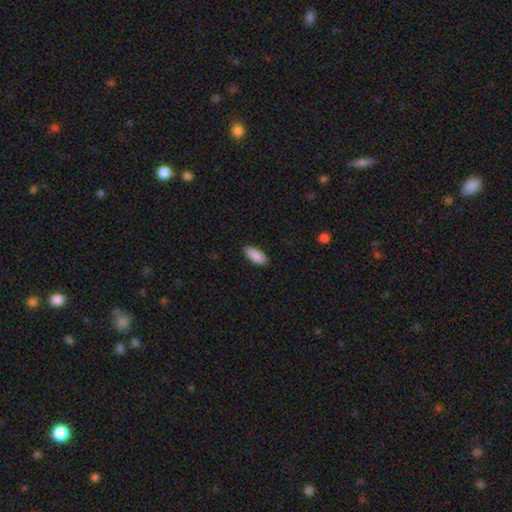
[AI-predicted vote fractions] Q: Smooth or featured?
A: smooth (89%); runner-up: star or artifact (6%)
Q: How rounded?
A: in between (82%); runner-up: cigar-shaped (16%)
Q: Merging?
A: none (87%); runner-up: minor disturbance (10%)